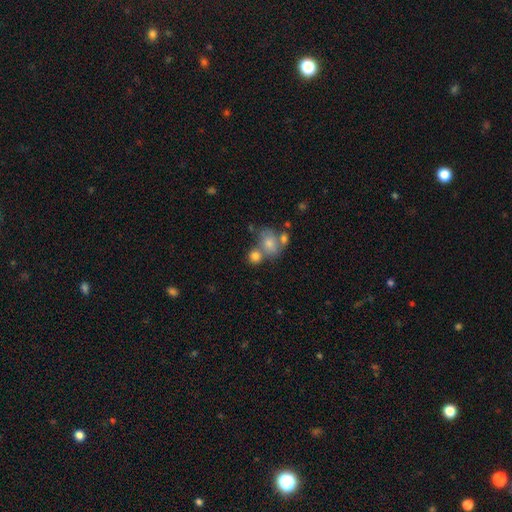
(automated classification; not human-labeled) Smooth or featured? Predicted: smooth (p=0.76). How rounded? Predicted: round (p=0.65). Merging? Predicted: merger (p=0.42).